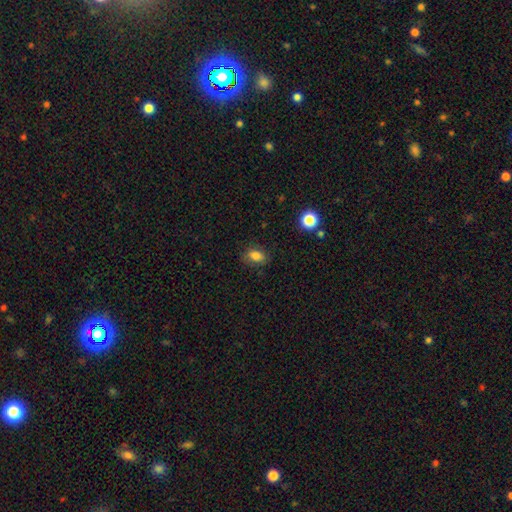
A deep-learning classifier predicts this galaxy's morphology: A smooth galaxy with no disk features (83%) that is in between round and cigar-shaped (80%).

Vote fractions:
- Smooth or featured? smooth: 83% / star or artifact: 11% / featured or disk: 7%
- How rounded? in between: 80% / round: 18% / cigar-shaped: 2%
- Merging? none: 79% / minor disturbance: 15% / major disturbance: 4% / merger: 1%